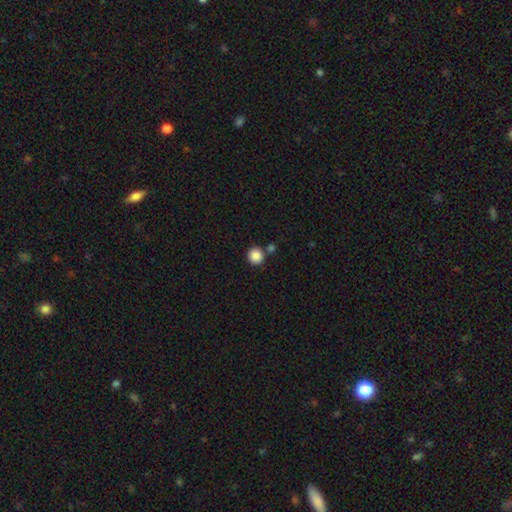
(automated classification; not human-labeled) smooth-or-featured: smooth: 87% | star or artifact: 9% | featured or disk: 3%
  how-rounded: round: 93% | in between: 6% | cigar-shaped: 1%
  merging: none: 78% | merger: 12% | minor disturbance: 8% | major disturbance: 2%